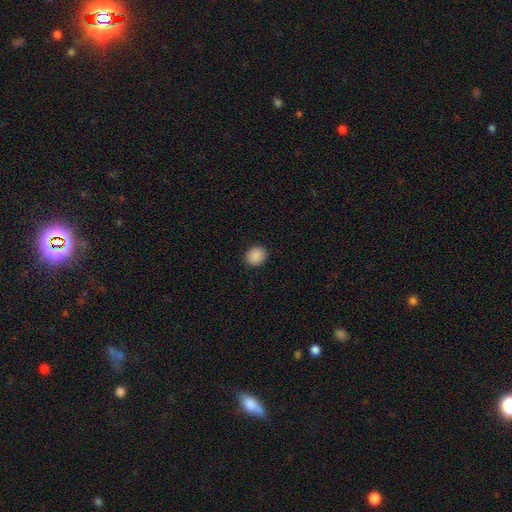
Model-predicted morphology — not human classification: This appears to be a smooth galaxy with no disk features (89%) that is round (74%). Merging: none (90%).